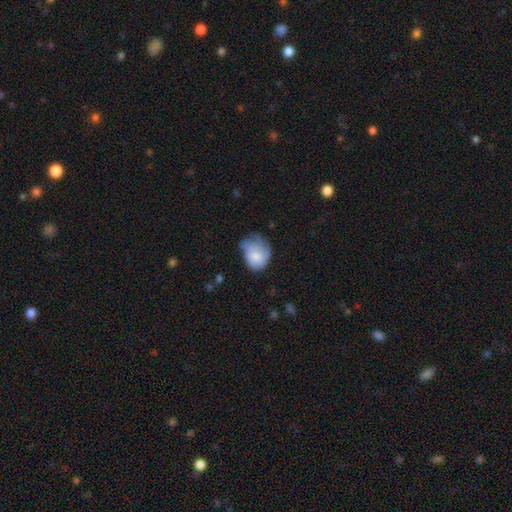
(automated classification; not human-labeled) Q: Smooth or featured?
A: smooth (73%); runner-up: featured or disk (20%)
Q: How rounded?
A: in between (50%); runner-up: round (49%)
Q: Merging?
A: minor disturbance (41%); runner-up: none (29%)